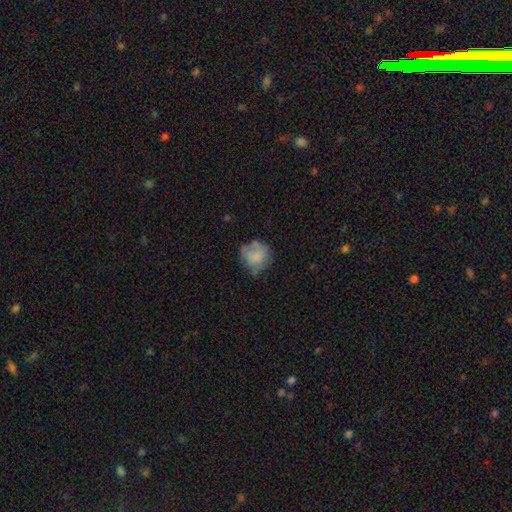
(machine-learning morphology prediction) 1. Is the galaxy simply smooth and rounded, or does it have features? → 66% smooth, 26% featured or disk, 8% star or artifact.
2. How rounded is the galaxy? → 85% round, 14% in between, 1% cigar-shaped.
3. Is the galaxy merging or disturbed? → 57% none, 28% minor disturbance, 12% major disturbance, 3% merger.